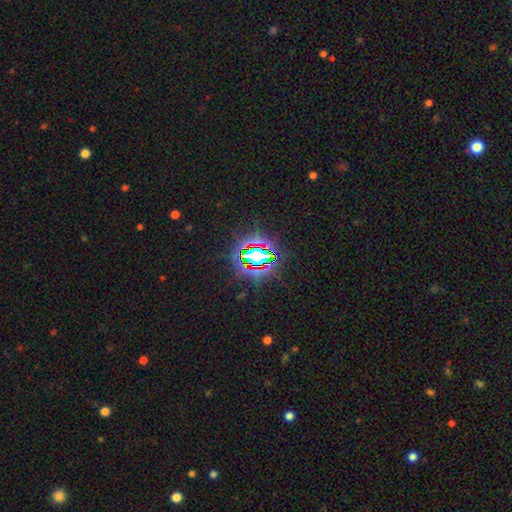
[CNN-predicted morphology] type=star or artifact (75%).